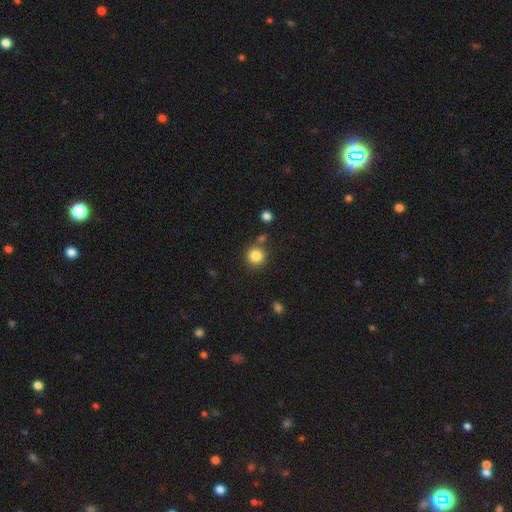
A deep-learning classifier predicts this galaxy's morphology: This is clearly a smooth galaxy (85%). How rounded: clearly round (93%). Merging: clearly none (81%).